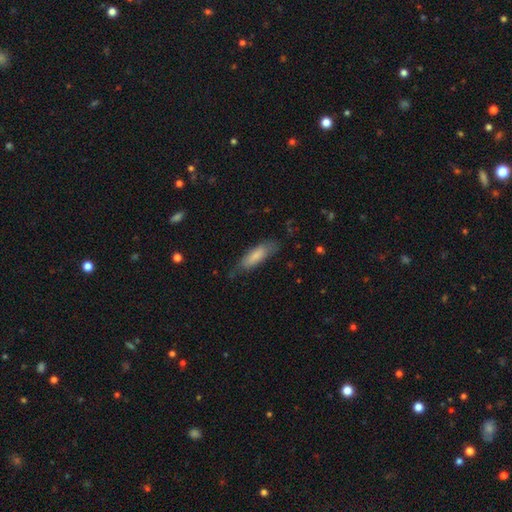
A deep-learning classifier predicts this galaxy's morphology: Smooth or featured?
  - smooth: 78% *
  - featured or disk: 17%
  - star or artifact: 6%
How rounded?
  - in between: 50% *
  - cigar-shaped: 49%
  - round: 2%
Merging?
  - none: 68% *
  - minor disturbance: 24%
  - major disturbance: 7%
  - merger: 2%